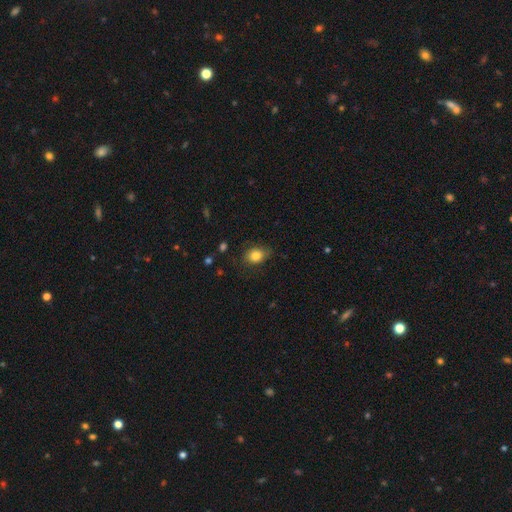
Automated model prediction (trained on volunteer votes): smooth 83%, star or artifact 10%, featured or disk 8%. Down the decision tree: how rounded — in between (55%); merging — none (73%).